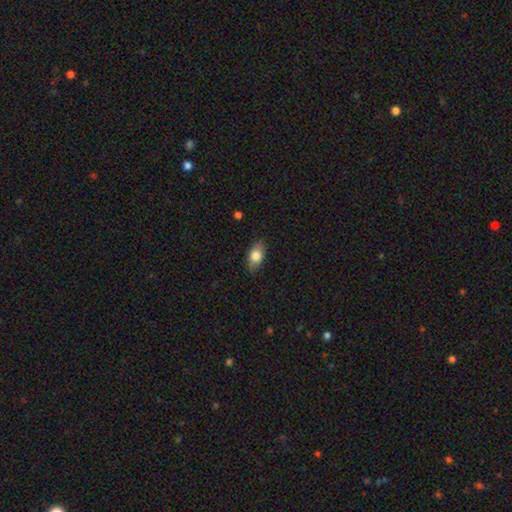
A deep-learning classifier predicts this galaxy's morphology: Smooth or featured?
  - smooth: 79% *
  - featured or disk: 14%
  - star or artifact: 7%
How rounded?
  - in between: 87% *
  - round: 9%
  - cigar-shaped: 4%
Merging?
  - none: 82% *
  - minor disturbance: 15%
  - major disturbance: 3%
  - merger: 1%